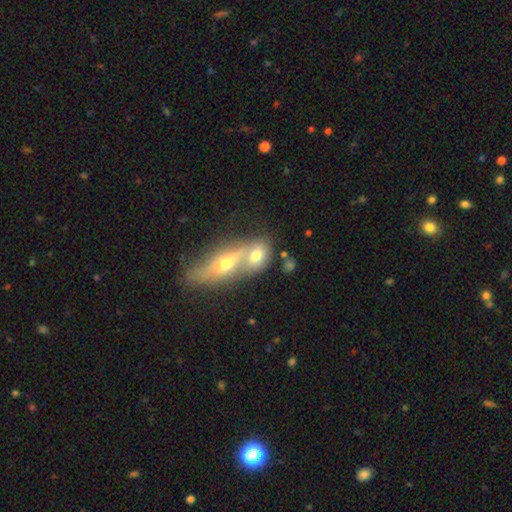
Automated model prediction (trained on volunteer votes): Smooth or featured? smooth (62%)
How rounded? in between (65%)
Merging? merger (63%)